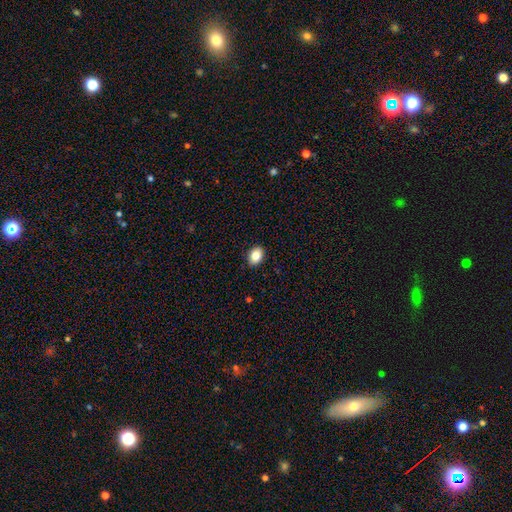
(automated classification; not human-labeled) Morphology: type=smooth (85%); roundness=in between (72%); merging=none (89%).